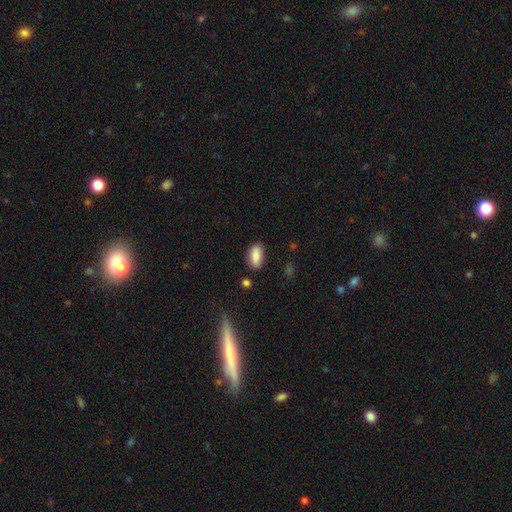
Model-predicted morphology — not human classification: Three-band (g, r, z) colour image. It shows a smooth galaxy with no disk features (86%) that is in between round and cigar-shaped (90%). Merging: none (80%).